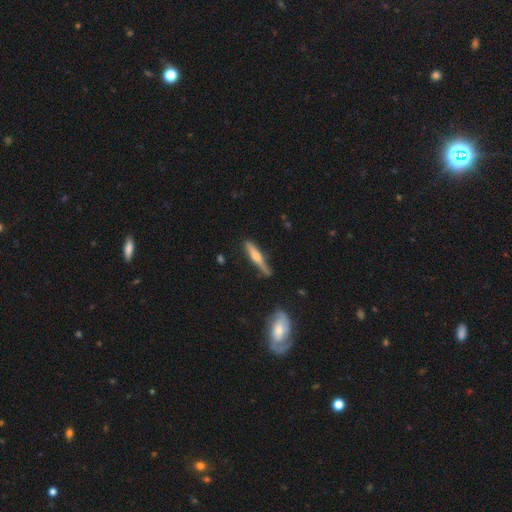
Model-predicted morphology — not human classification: A featured or disk galaxy (61%) viewed edge-on (94%) with a rounded central bulge (87%).

Vote fractions:
- Smooth or featured? featured or disk: 61% / smooth: 33% / star or artifact: 6%
- Edge-on disk? yes: 94% / no: 6%
- Edge-on bulge? rounded: 87% / none: 7% / boxy: 6%
- Merging? none: 80% / minor disturbance: 14% / merger: 3% / major disturbance: 3%